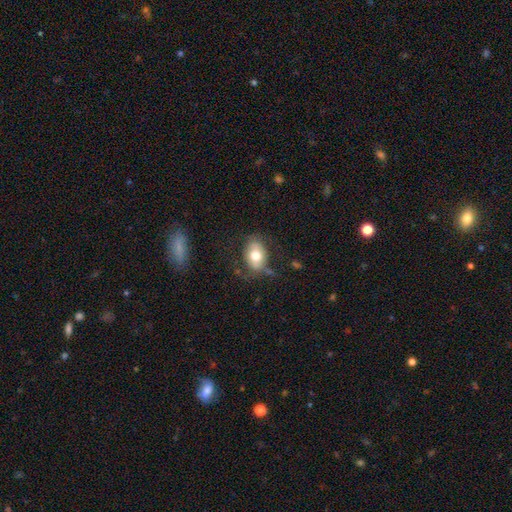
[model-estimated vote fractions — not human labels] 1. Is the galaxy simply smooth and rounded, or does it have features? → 72% smooth, 21% featured or disk, 8% star or artifact.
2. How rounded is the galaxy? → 75% in between, 24% round, 1% cigar-shaped.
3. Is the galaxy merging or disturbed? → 67% none, 21% minor disturbance, 9% major disturbance, 3% merger.